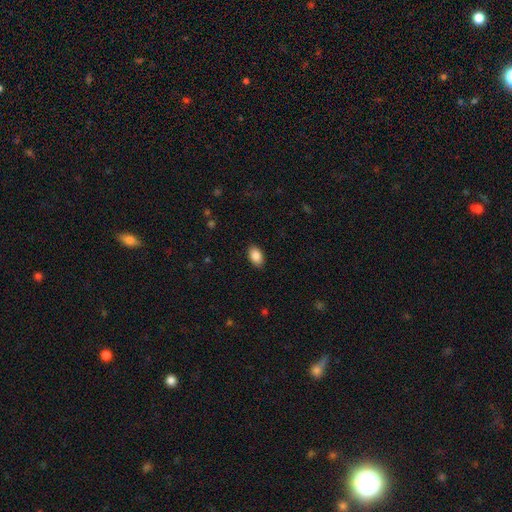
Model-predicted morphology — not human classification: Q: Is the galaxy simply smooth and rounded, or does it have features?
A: smooth — 88%.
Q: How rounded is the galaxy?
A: in between — 92%.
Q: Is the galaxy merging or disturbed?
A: none — 88%.